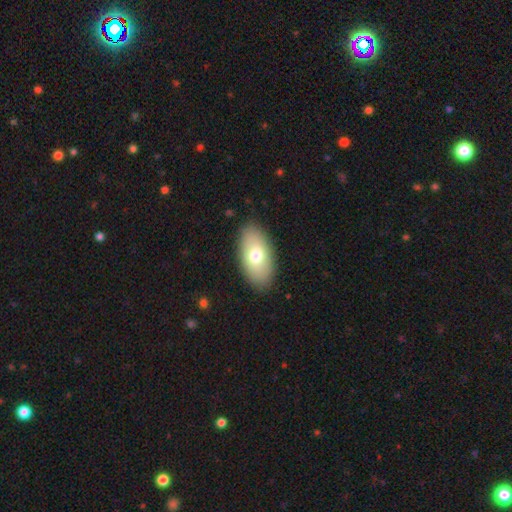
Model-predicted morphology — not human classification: Overall: smooth (73%). How rounded: in between (93%). Merging: none (87%).